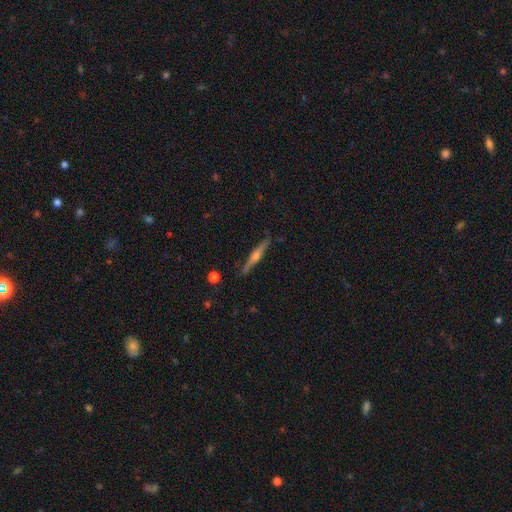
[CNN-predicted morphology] Q: Smooth or featured?
A: featured or disk (74%); runner-up: smooth (20%)
Q: Edge-on disk?
A: yes (98%); runner-up: no (2%)
Q: Edge-on bulge?
A: rounded (87%); runner-up: boxy (6%)
Q: Merging?
A: none (89%); runner-up: minor disturbance (8%)